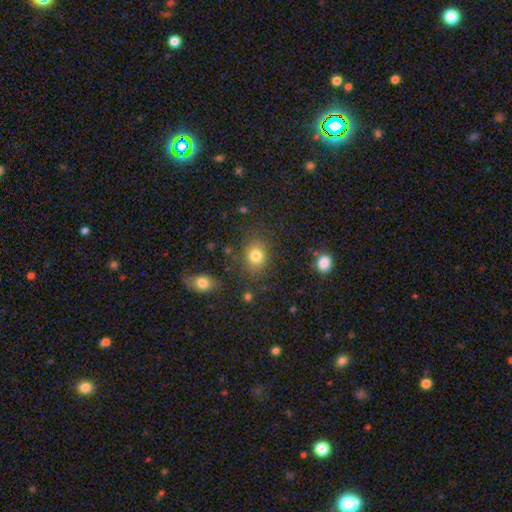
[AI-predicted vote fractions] Overall: smooth (79%). How rounded: round (56%; in between 43%). Merging: none (81%).